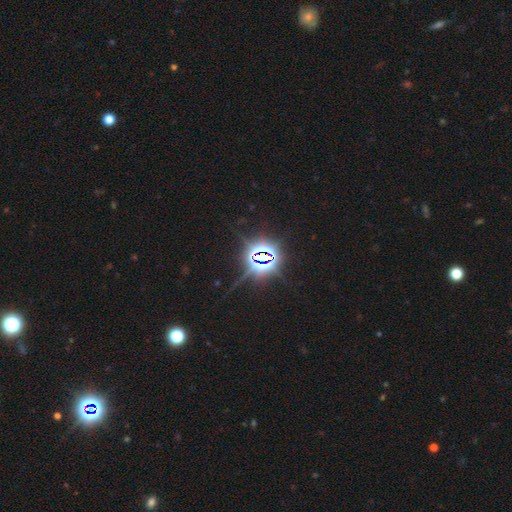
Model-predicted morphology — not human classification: A star or artifact, not a galaxy (83%).